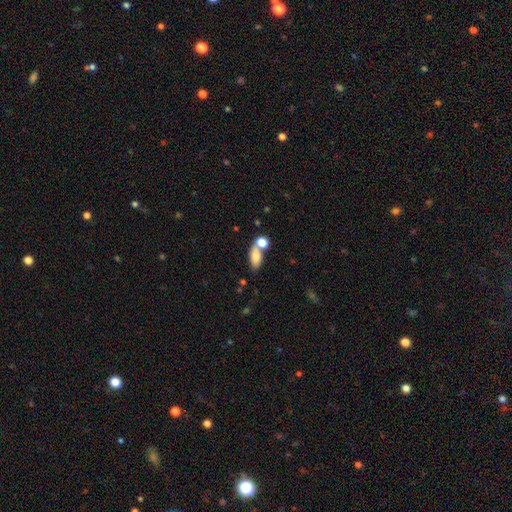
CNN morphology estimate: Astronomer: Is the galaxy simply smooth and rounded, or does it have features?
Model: smooth — 76%.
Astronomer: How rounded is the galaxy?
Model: in between — 83%.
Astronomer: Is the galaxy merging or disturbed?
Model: none — 43% (runner-up: merger, 40%).